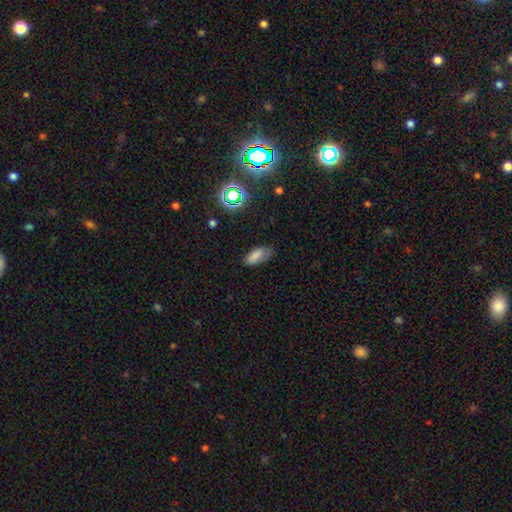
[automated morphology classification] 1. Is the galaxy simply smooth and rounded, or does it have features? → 81% smooth, 12% star or artifact, 7% featured or disk.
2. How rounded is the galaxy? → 85% in between, 13% cigar-shaped, 3% round.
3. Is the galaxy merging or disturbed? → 67% none, 25% minor disturbance, 6% major disturbance, 2% merger.